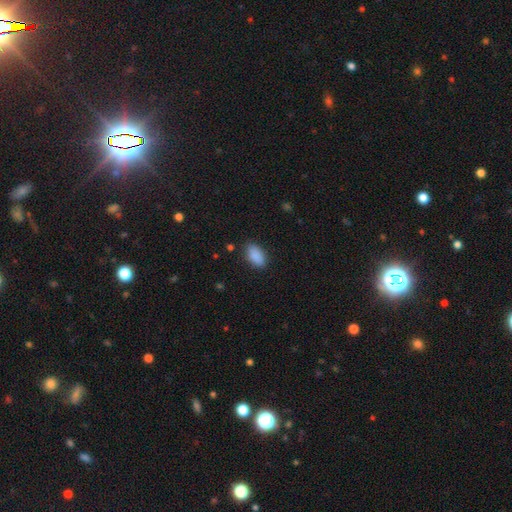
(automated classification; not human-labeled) smooth-or-featured: smooth: 90% | star or artifact: 7% | featured or disk: 3%
  how-rounded: in between: 93% | round: 4% | cigar-shaped: 3%
  merging: none: 86% | minor disturbance: 10% | major disturbance: 3% | merger: 1%